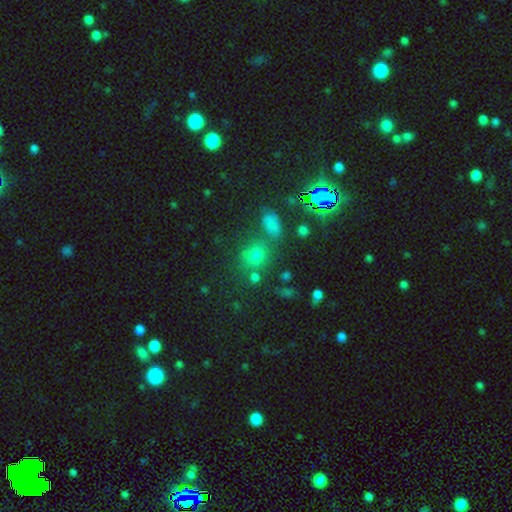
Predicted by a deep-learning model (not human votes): Smooth or featured? Predicted: smooth (p=0.63). How rounded? Predicted: round (p=0.78). Merging? Predicted: none (p=0.69).